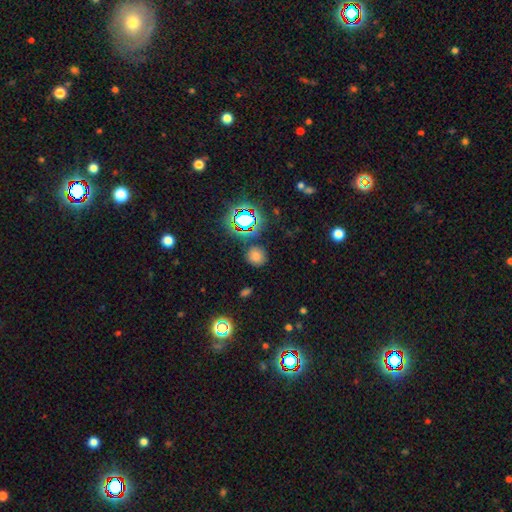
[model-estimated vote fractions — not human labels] Smooth or featured? Predicted: smooth (p=0.70). How rounded? Predicted: round (p=0.86). Merging? Predicted: none (p=0.81).